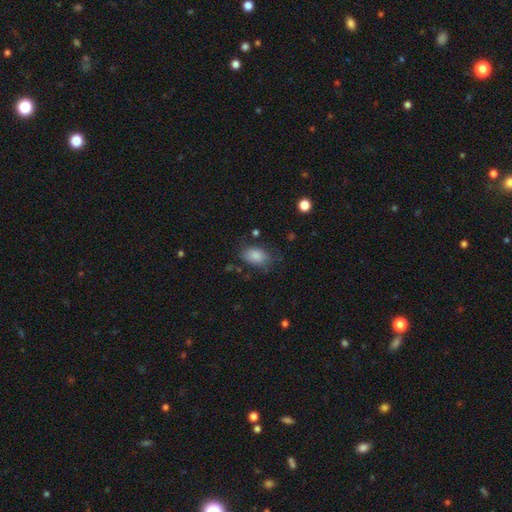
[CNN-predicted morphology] Smooth or featured?
  - smooth: 84% *
  - featured or disk: 8%
  - star or artifact: 8%
How rounded?
  - in between: 88% *
  - round: 10%
  - cigar-shaped: 1%
Merging?
  - none: 67% *
  - minor disturbance: 22%
  - major disturbance: 8%
  - merger: 3%